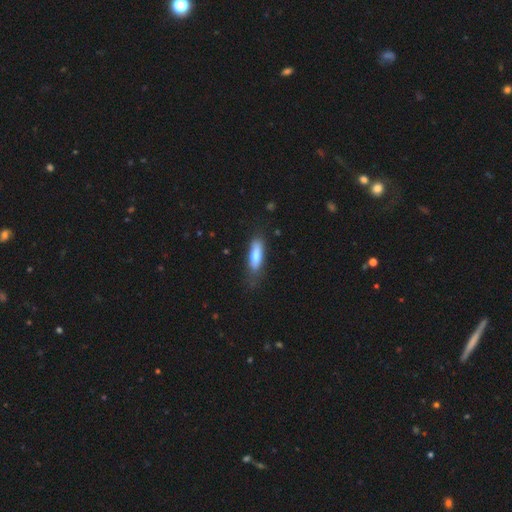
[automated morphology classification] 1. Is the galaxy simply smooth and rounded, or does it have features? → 77% smooth, 17% featured or disk, 6% star or artifact.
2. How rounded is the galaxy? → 49% cigar-shaped (tied), 49% in between (tied), 2% round.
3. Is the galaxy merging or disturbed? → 68% none, 23% minor disturbance, 7% major disturbance, 2% merger.